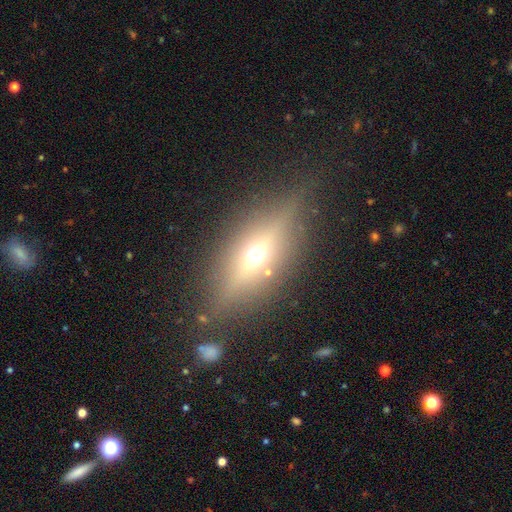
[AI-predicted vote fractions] A featured or disk galaxy (55%) viewed edge-on (82%). Merging: none (80%).